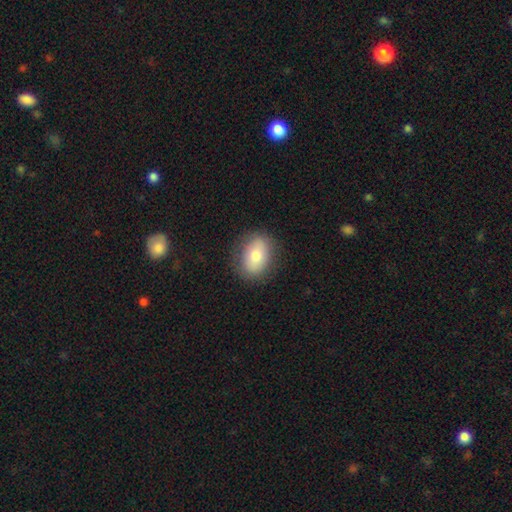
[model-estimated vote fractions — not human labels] Smooth or featured: smooth — 75% (featured or disk — 17%)
How rounded: in between — 76% (round — 23%)
Merging: none — 84% (minor disturbance — 11%)